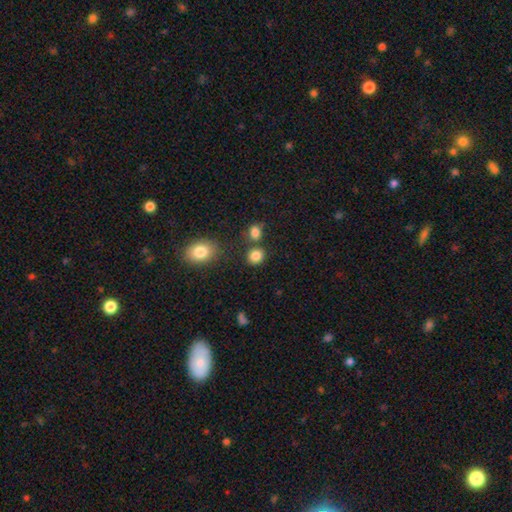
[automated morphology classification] smooth-or-featured: smooth: 85% | star or artifact: 11% | featured or disk: 4%
  how-rounded: round: 74% | in between: 25% | cigar-shaped: 1%
  merging: none: 75% | merger: 12% | minor disturbance: 9% | major disturbance: 3%